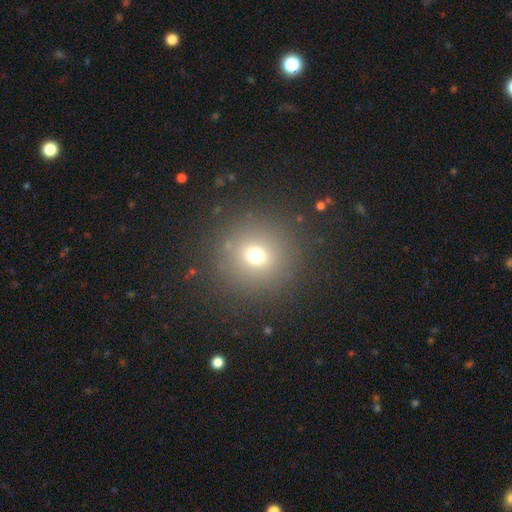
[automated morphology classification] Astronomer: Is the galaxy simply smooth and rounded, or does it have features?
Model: smooth — 69%.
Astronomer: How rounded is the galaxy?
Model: round — 91%.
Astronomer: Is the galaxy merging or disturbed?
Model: none — 87%.